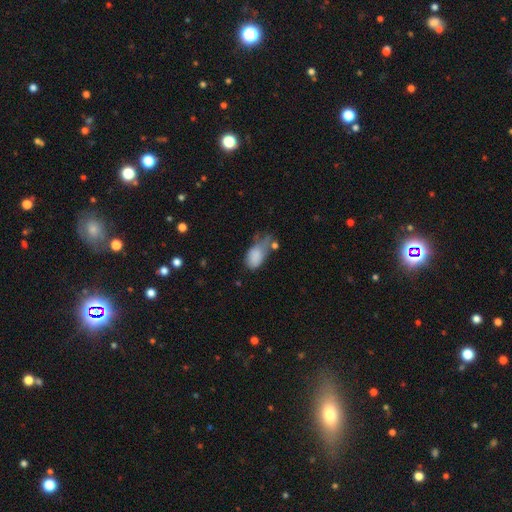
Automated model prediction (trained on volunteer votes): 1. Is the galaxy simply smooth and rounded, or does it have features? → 80% smooth, 11% featured or disk, 9% star or artifact.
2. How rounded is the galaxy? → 91% in between, 7% round, 2% cigar-shaped.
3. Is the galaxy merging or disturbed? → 34% minor disturbance, 30% major disturbance, 24% none, 12% merger.